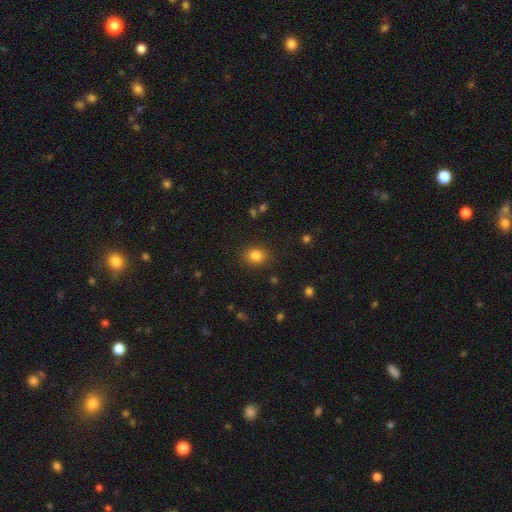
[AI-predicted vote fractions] A smooth galaxy with no disk features (83%) that is round (52%).

Vote fractions:
- Smooth or featured? smooth: 83% / star or artifact: 11% / featured or disk: 6%
- How rounded? round: 52% / in between: 47% / cigar-shaped: 1%
- Merging? none: 87% / minor disturbance: 9% / major disturbance: 3% / merger: 1%